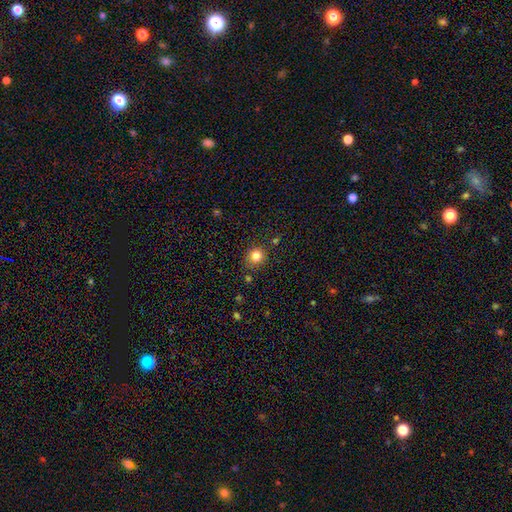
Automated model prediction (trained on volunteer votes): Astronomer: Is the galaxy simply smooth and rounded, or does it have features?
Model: smooth — 81%.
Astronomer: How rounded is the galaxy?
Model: round — 82%.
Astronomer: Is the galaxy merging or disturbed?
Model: none — 82%.